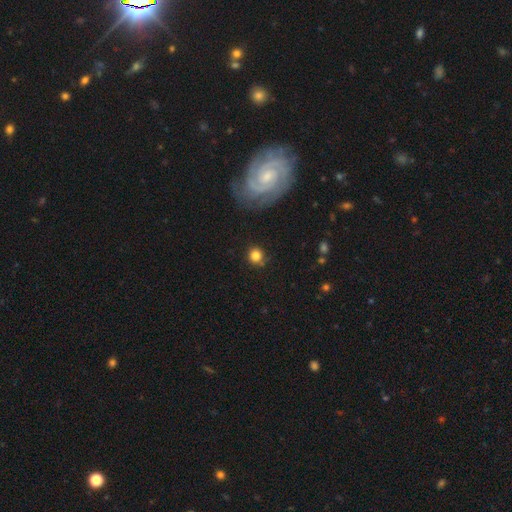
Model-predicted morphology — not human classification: Smooth or featured? smooth (81%)
How rounded? round (90%)
Merging? none (82%)